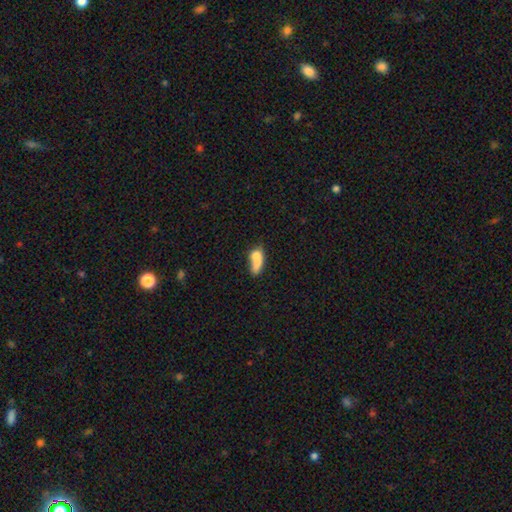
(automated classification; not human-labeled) smooth_or_featured: smooth (p=0.71) [alt: featured or disk p=0.20]
how_rounded: in between (p=0.67) [alt: cigar-shaped p=0.26]
merging: merger (p=0.42) [alt: none p=0.29]